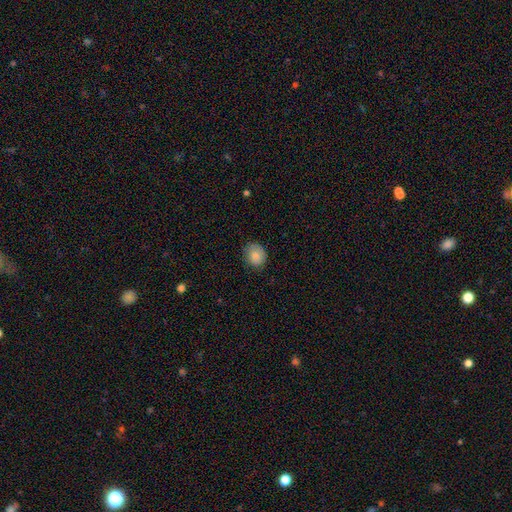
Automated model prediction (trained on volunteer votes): Smooth or featured: smooth — 84% (star or artifact — 8%)
How rounded: round — 69% (in between — 30%)
Merging: none — 78% (minor disturbance — 18%)